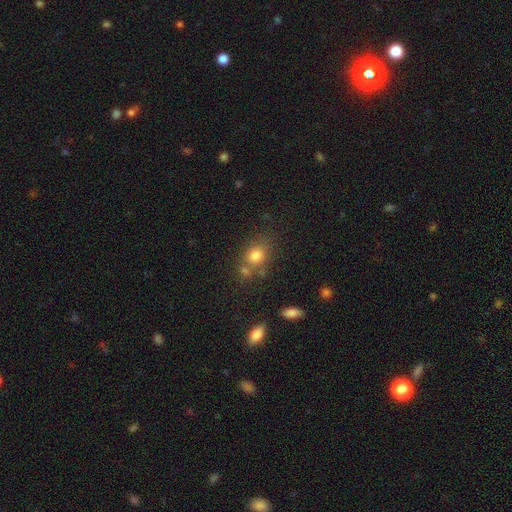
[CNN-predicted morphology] smooth 78%, star or artifact 13%, featured or disk 9%. Down the decision tree: how rounded — round (60%); merging — none (59%).